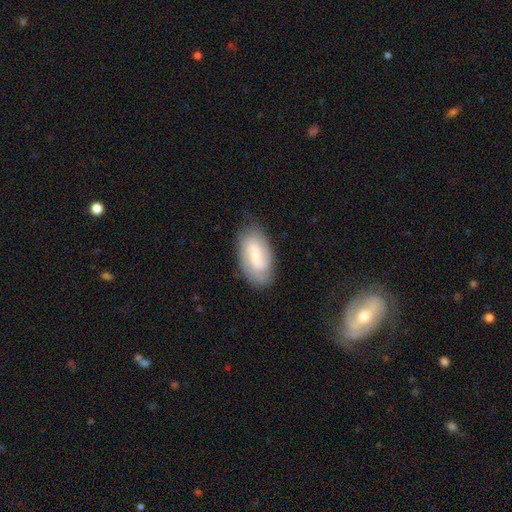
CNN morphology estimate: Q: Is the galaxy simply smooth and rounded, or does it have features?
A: featured or disk — 63%.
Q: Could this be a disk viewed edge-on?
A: no — 95%.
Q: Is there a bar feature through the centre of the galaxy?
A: weak — 56%.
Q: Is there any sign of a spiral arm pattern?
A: yes — 89%.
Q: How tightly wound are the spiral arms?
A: medium — 42%.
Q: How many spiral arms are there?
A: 2 — 59%.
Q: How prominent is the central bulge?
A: small — 48%.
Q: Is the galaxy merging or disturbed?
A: none — 76%.